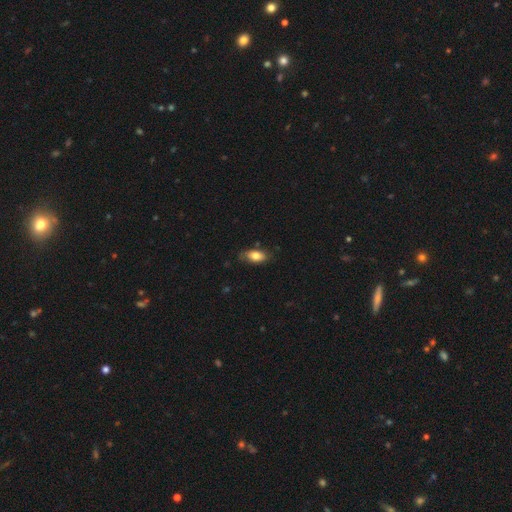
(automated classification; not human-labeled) The model was most divided on "merging": none: 73%, minor disturbance: 21%, major disturbance: 4%, merger: 2%. More confident: how rounded — in between (89%); smooth or featured — smooth (78%).